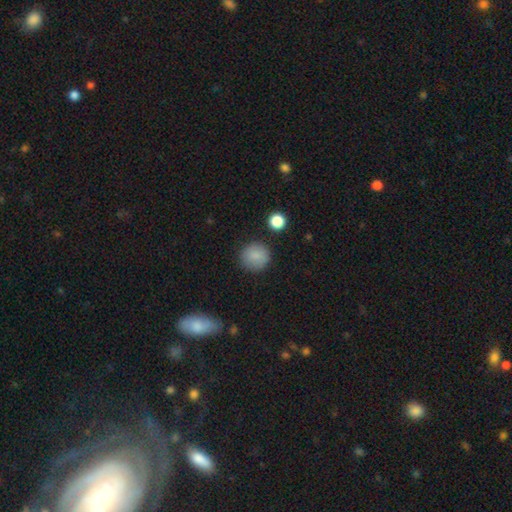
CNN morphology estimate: A smooth galaxy with no disk features (85%) that is round (91%). Merging: none (85%).